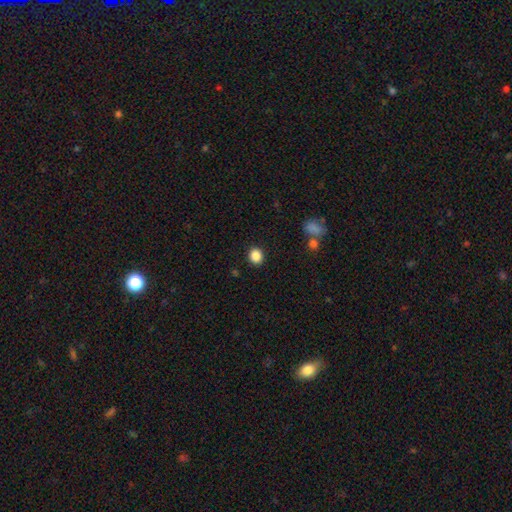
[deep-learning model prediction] smooth 87%, star or artifact 10%, featured or disk 3%. Down the decision tree: how rounded — round (77%); merging — none (90%).